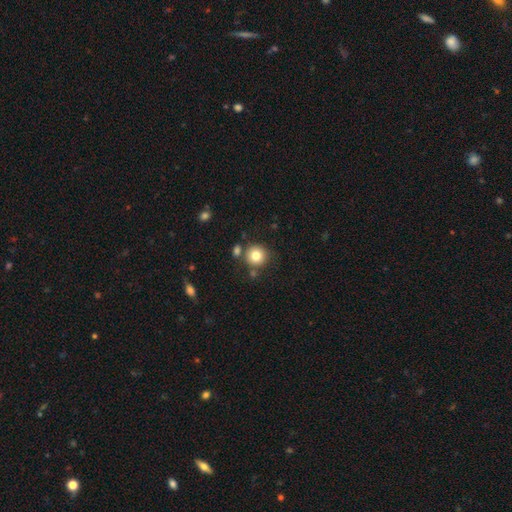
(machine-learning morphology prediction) type=smooth (81%); roundness=round (92%); merging=none (77%).